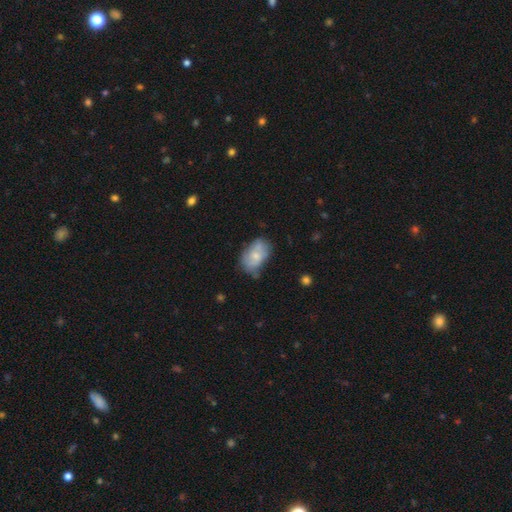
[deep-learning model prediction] Smooth or featured: smooth — 63% (featured or disk — 30%)
How rounded: in between — 88% (round — 11%)
Merging: none — 47% (minor disturbance — 33%)